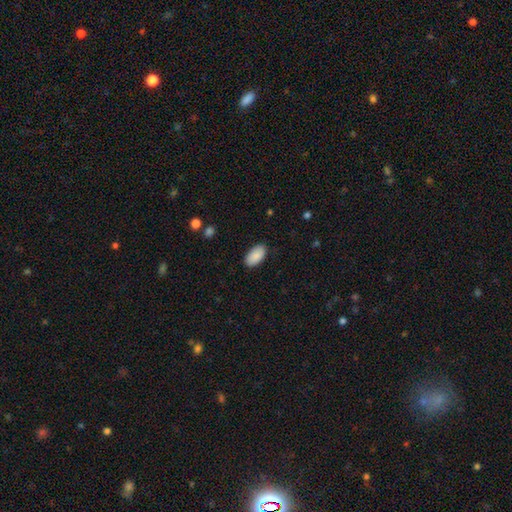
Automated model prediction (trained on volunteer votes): This appears to be a smooth galaxy with no disk features (89%) that is in between round and cigar-shaped (95%). Merging: none (88%).